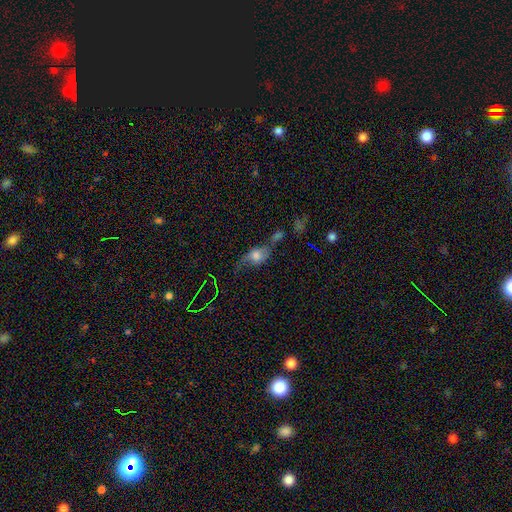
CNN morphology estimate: smooth-or-featured: smooth: 51% | featured or disk: 36% | star or artifact: 13%
  how-rounded: in between: 74% | round: 18% | cigar-shaped: 9%
  merging: merger: 32% | none: 31% | minor disturbance: 20% | major disturbance: 17%